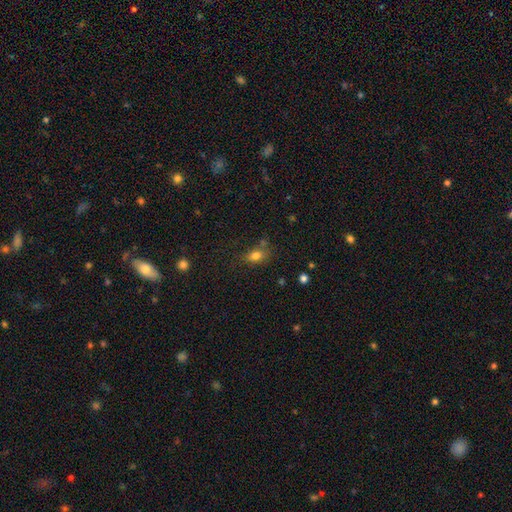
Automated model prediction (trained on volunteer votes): smooth 78%, star or artifact 12%, featured or disk 9%. Down the decision tree: how rounded — in between (72%); merging — none (65%).